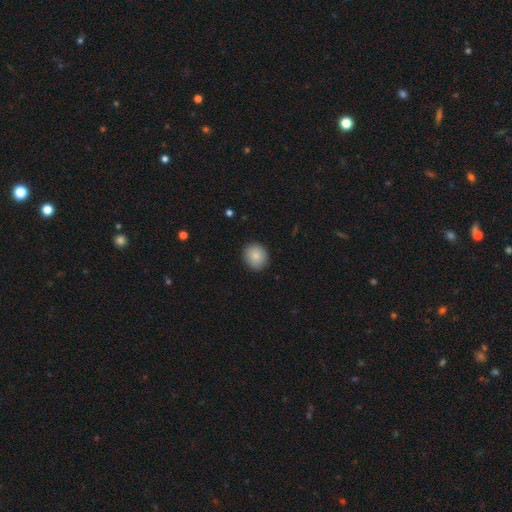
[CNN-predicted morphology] Overall: smooth (86%). How rounded: round (81%). Merging: none (90%).